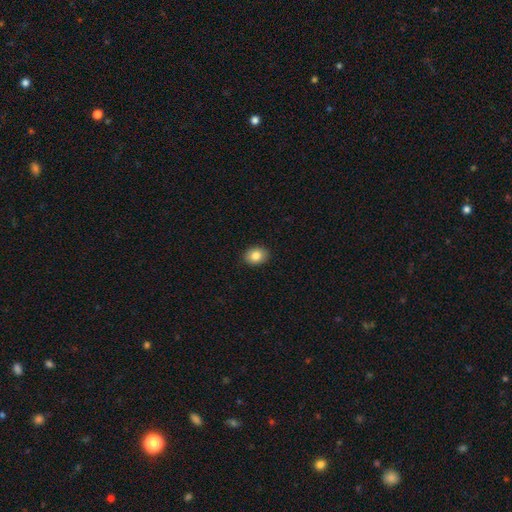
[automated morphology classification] Smooth or featured? Predicted: smooth (p=0.83). How rounded? Predicted: in between (p=0.58). Merging? Predicted: none (p=0.91).